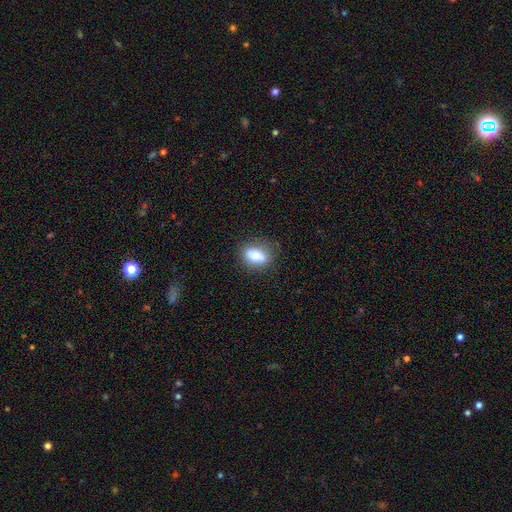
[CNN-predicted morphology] smooth-or-featured: smooth: 82% | featured or disk: 10% | star or artifact: 8%
  how-rounded: in between: 79% | round: 14% | cigar-shaped: 6%
  merging: none: 78% | minor disturbance: 16% | major disturbance: 4% | merger: 2%